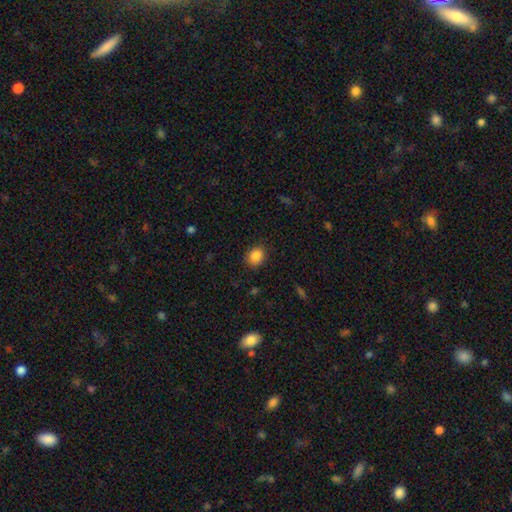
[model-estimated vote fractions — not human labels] A smooth galaxy with no disk features (86%) that is round (57%).

Vote fractions:
- Smooth or featured? smooth: 86% / star or artifact: 9% / featured or disk: 4%
- How rounded? round: 57% / in between: 42% / cigar-shaped: 1%
- Merging? none: 85% / minor disturbance: 11% / major disturbance: 3% / merger: 1%